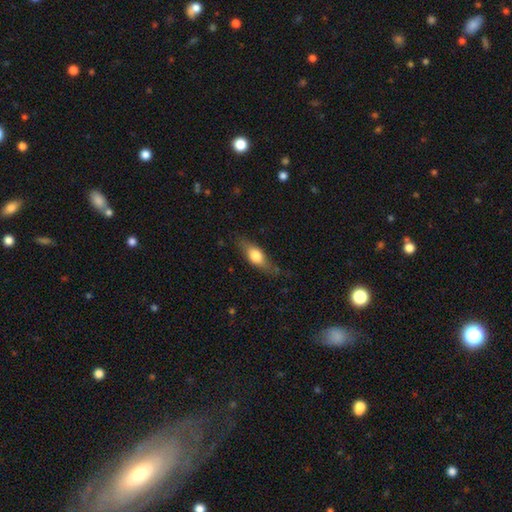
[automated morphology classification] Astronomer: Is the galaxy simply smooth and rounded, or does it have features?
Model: smooth — 57% (runner-up: featured or disk, 36%).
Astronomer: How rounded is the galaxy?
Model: in between — 63%.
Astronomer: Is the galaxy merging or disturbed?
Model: none — 73%.